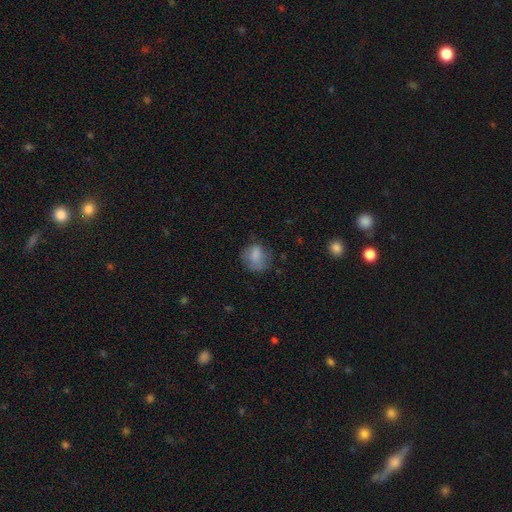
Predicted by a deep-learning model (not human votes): Morphology: type=smooth (75%); roundness=round (57%); merging=none (53%).